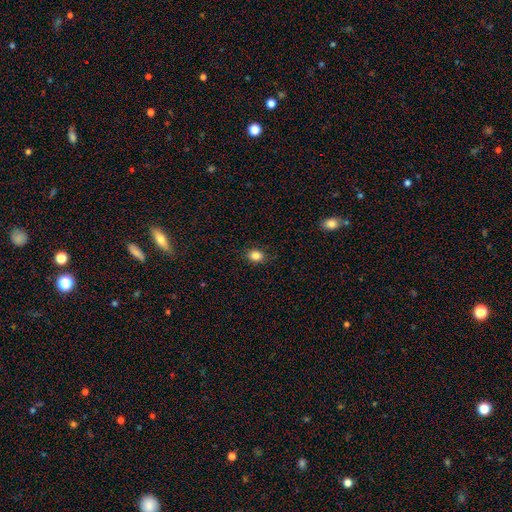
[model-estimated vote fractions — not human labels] Smooth or featured? Predicted: smooth (p=0.85). How rounded? Predicted: round (p=0.52). Merging? Predicted: none (p=0.86).